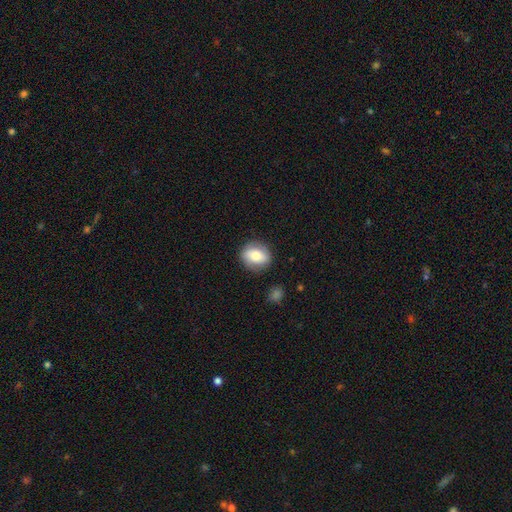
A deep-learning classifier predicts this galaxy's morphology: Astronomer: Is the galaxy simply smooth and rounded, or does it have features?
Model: smooth — 68%.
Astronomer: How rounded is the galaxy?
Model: round — 67%.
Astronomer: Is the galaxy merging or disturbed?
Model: none — 83%.